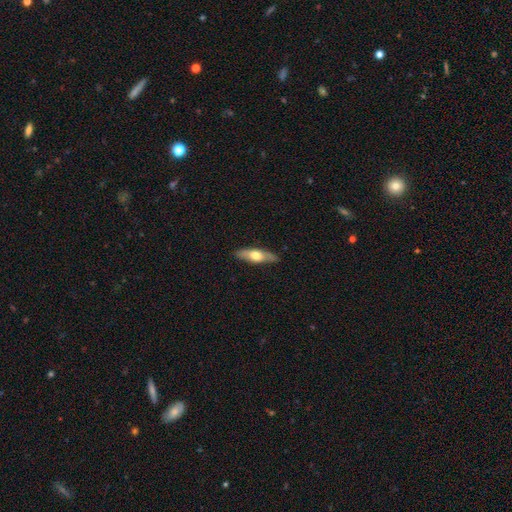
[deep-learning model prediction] The model was most divided on "smooth or featured": smooth: 49%, featured or disk: 45%, star or artifact: 5%. More confident: merging — none (85%).